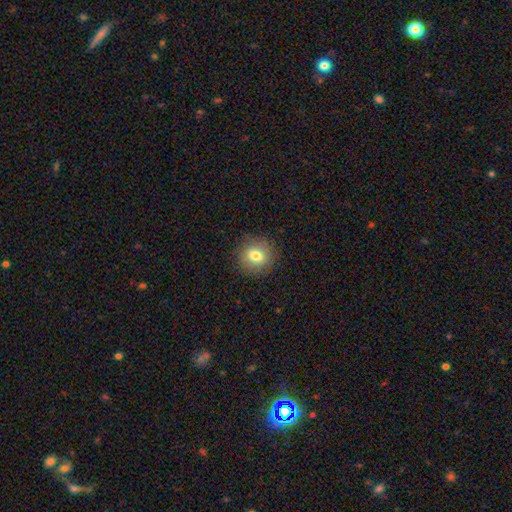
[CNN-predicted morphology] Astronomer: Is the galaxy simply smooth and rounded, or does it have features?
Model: smooth — 77%.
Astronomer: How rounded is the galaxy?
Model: round — 81%.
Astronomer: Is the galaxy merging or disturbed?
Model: none — 88%.